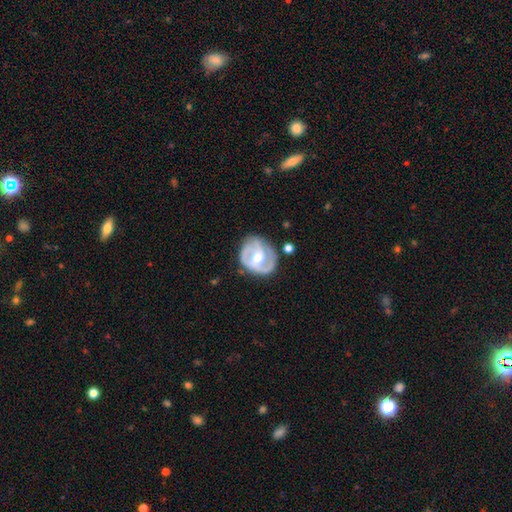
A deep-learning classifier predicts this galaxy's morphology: Smooth or featured? featured or disk (77%)
Edge-on disk? no (97%)
Bar? no (40%)
Spiral arms? yes (73%)
Spiral winding? tight (45%)
Spiral arm count? 2 (61%)
Bulge size? moderate (76%)
Merging? none (67%)